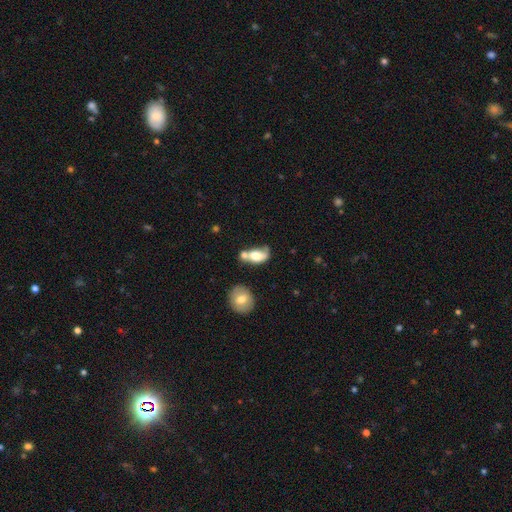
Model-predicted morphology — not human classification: Smooth or featured? smooth (65%)
How rounded? in between (82%)
Merging? merger (41%)